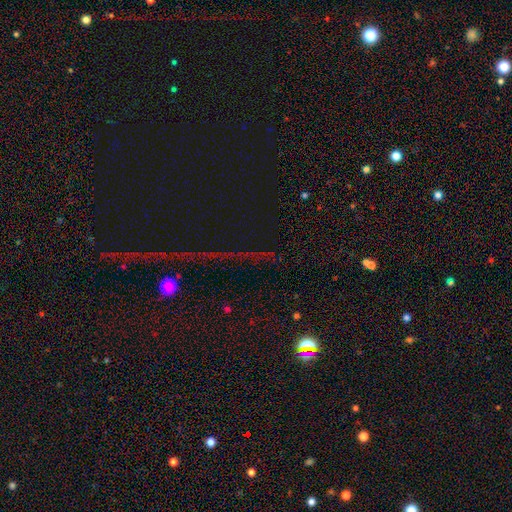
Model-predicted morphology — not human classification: Smooth or featured? star or artifact (77%)